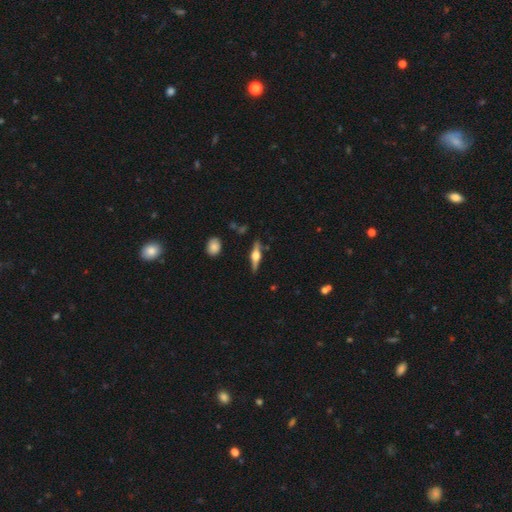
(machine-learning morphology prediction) smooth_or_featured: featured or disk (p=0.72) [alt: smooth p=0.22]
disk_edge_on: yes (p=0.97) [alt: no p=0.03]
edge_on_bulge: rounded (p=0.93) [alt: boxy p=0.05]
merging: none (p=0.87) [alt: minor disturbance p=0.09]